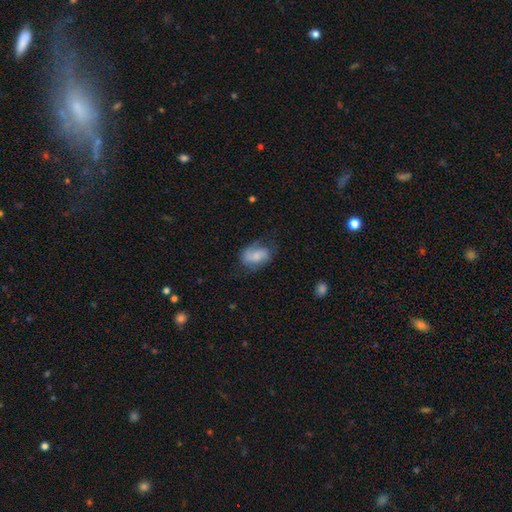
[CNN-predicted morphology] smooth_or_featured: smooth (p=0.58) [alt: featured or disk p=0.35]
how_rounded: in between (p=0.84) [alt: round p=0.15]
merging: none (p=0.56) [alt: minor disturbance p=0.28]